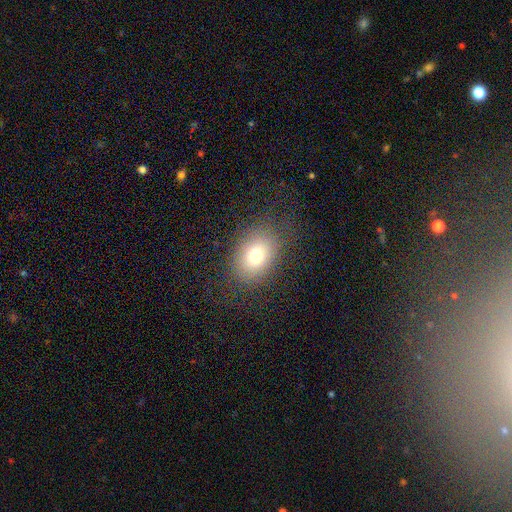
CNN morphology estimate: The model was most divided on "how rounded": in between: 68%, round: 31%, cigar-shaped: 1%. More confident: merging — none (79%); smooth or featured — smooth (74%).